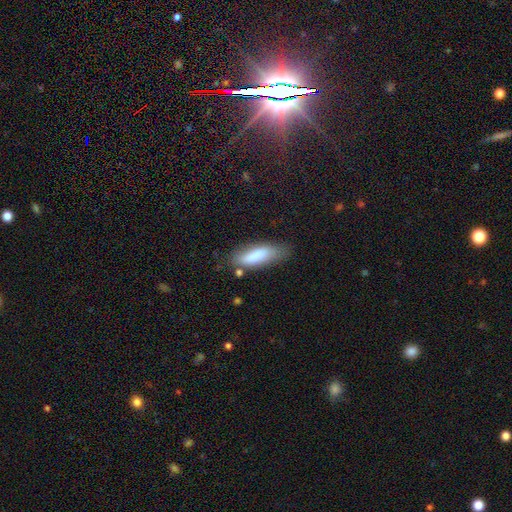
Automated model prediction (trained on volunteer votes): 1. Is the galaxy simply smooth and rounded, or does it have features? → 80% smooth, 13% featured or disk, 7% star or artifact.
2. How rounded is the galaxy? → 56% in between, 42% cigar-shaped, 2% round.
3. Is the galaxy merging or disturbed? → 61% none, 25% minor disturbance, 8% major disturbance, 6% merger.